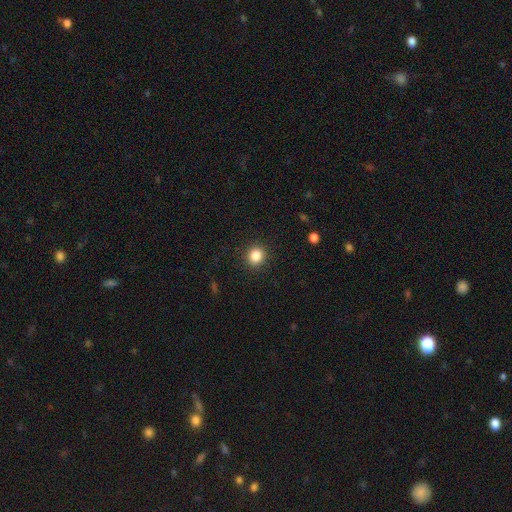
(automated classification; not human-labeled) Smooth or featured? Predicted: smooth (p=0.85). How rounded? Predicted: round (p=0.82). Merging? Predicted: none (p=0.90).